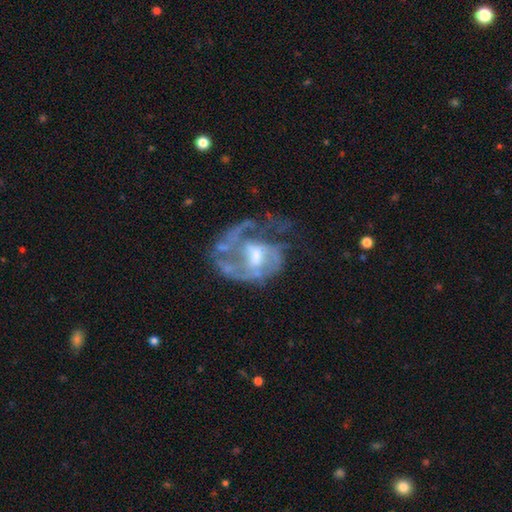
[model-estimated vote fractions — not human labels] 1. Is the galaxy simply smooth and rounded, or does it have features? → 82% featured or disk, 11% smooth, 7% star or artifact.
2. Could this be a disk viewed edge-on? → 98% no, 2% yes.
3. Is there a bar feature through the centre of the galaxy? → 47% weak, 41% no, 12% strong.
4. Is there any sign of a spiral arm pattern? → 77% yes, 23% no.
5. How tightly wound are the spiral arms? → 43% medium, 29% tight, 28% loose.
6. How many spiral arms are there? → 29% can't tell, 28% 2, 22% 1, 13% 3, 4% 4, 3% more than 4.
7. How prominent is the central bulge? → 55% moderate, 28% small, 8% none, 7% large, 1% dominant.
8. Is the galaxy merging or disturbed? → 44% major disturbance, 31% none, 19% minor disturbance, 6% merger.